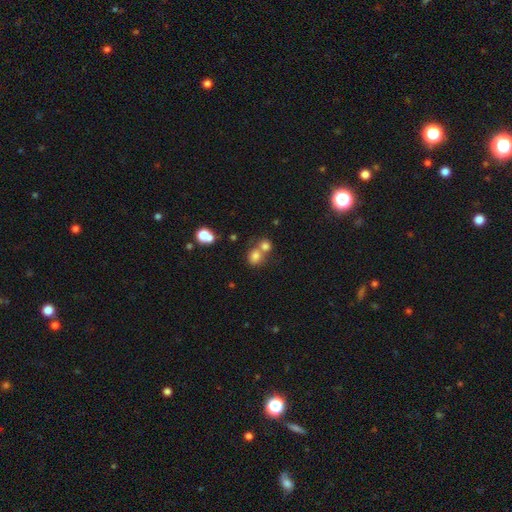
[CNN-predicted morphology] Smooth or featured? smooth (76%)
How rounded? round (66%)
Merging? merger (47%)